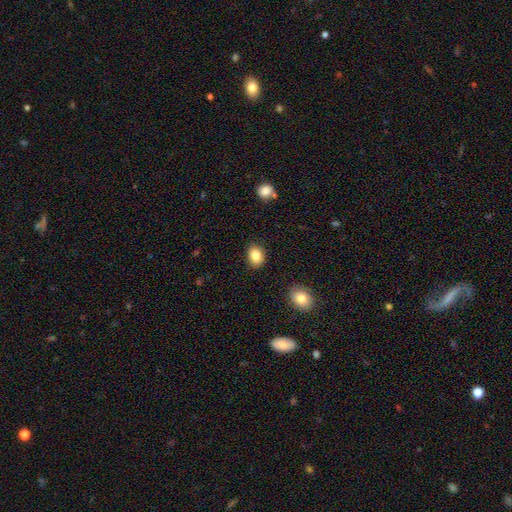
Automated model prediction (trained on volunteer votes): A smooth galaxy with no disk features (84%) that is in between round and cigar-shaped (63%). Merging: none (88%).